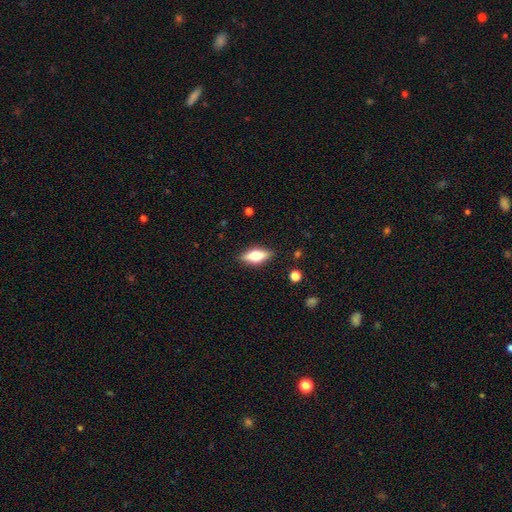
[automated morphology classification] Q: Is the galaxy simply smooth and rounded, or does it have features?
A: smooth — 58%.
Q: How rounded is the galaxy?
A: in between — 73%.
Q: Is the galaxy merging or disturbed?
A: none — 87%.